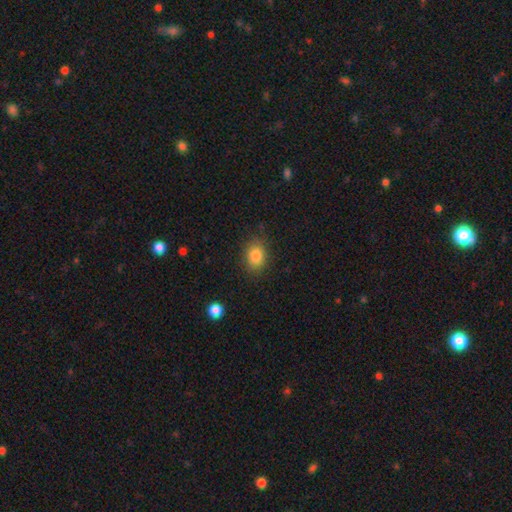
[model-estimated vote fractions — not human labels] This appears to be a smooth galaxy with no disk features (85%) that is in between round and cigar-shaped (70%). Merging: none (83%).